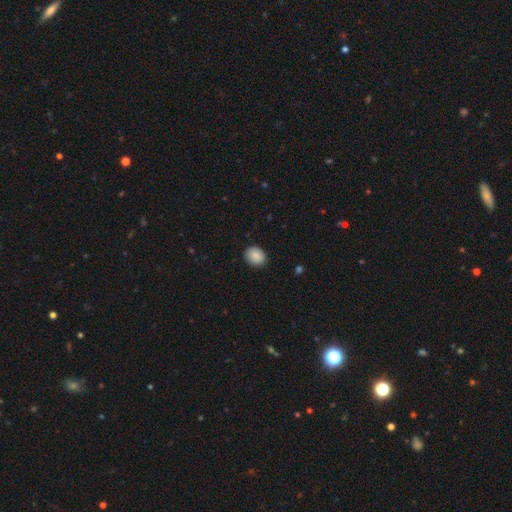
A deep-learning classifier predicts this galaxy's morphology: Smooth or featured: smooth — 88% (star or artifact — 8%)
How rounded: round — 53% (in between — 46%)
Merging: none — 88% (minor disturbance — 9%)